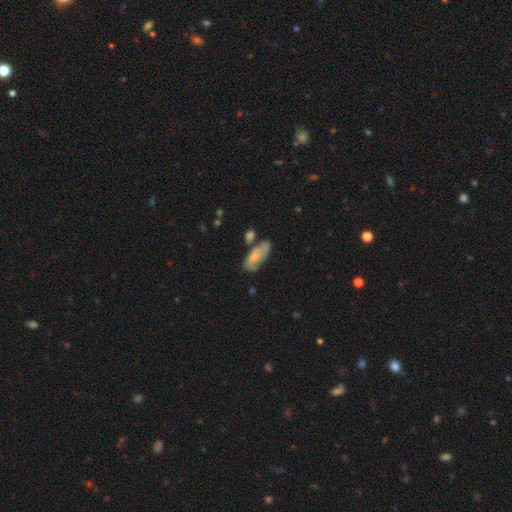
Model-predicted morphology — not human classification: Smooth or featured? smooth (56%)
How rounded? in between (82%)
Merging? none (47%)